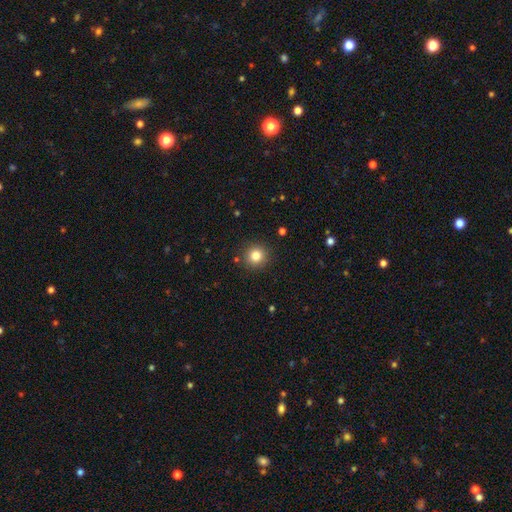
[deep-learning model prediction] This is clearly a smooth galaxy (82%). How rounded: clearly round (94%). Merging: clearly none (90%).